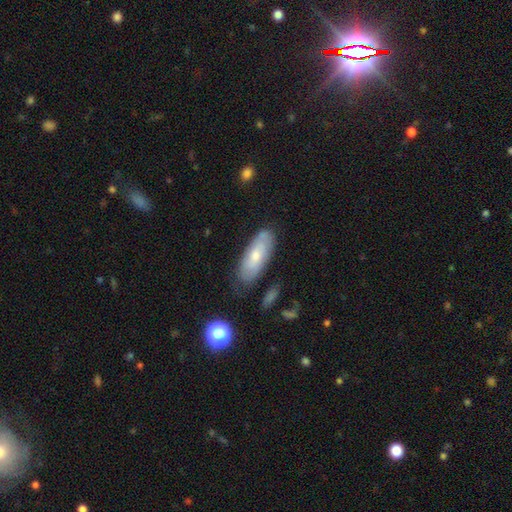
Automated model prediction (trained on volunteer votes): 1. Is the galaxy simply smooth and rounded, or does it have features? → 61% smooth, 32% featured or disk, 7% star or artifact.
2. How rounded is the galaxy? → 74% in between, 23% cigar-shaped, 2% round.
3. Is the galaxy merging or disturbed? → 73% none, 20% minor disturbance, 4% major disturbance, 3% merger.